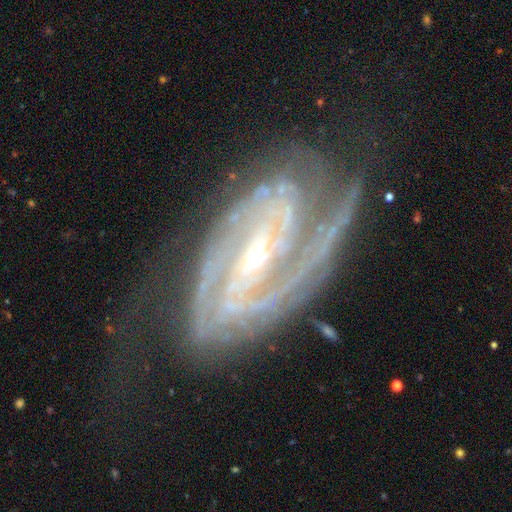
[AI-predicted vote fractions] featured or disk 92%, star or artifact 5%, smooth 3%. Down the decision tree: edge-on disk — no (95%); bar — strong (48%); spiral arms — yes (98%); spiral arm count — 2 (47%); spiral winding — tight (67%); bulge size — small (68%); merging — none (67%).